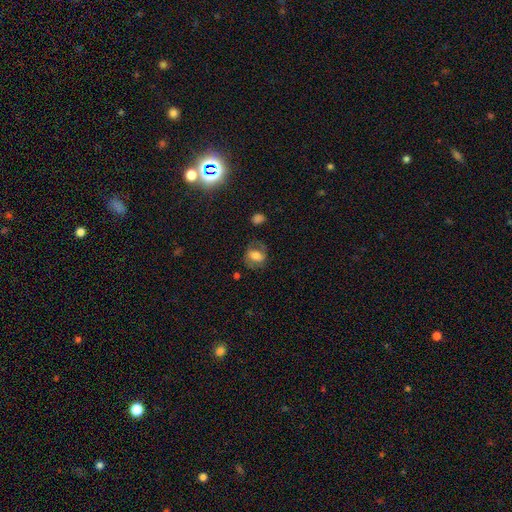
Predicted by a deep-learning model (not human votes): Overall: smooth (52%; featured or disk 38%). How rounded: in between (58%; round 40%). Merging: none (65%).